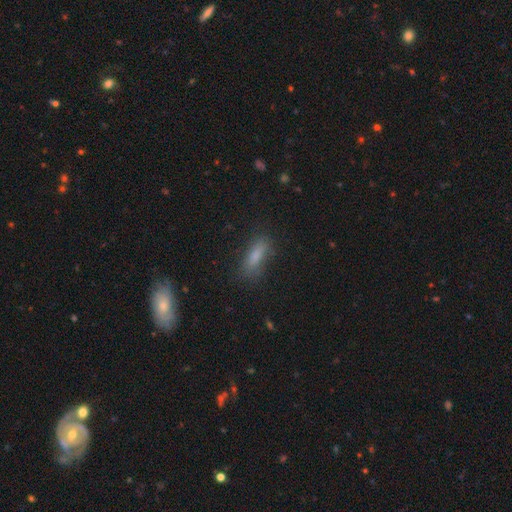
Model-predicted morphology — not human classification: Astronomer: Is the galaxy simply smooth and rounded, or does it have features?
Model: smooth — 75%.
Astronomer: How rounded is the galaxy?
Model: in between — 53% (runner-up: cigar-shaped, 44%).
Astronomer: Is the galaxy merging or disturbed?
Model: none — 74%.